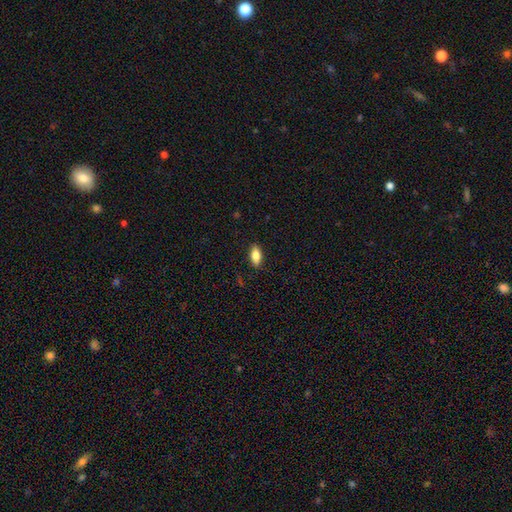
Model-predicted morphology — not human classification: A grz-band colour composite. It shows a smooth galaxy with no disk features (80%) that is in between round and cigar-shaped (84%). Merging: none (86%).